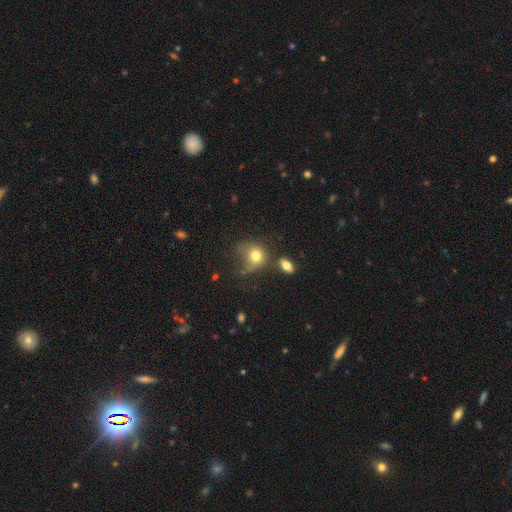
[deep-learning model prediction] Smooth or featured: smooth — 76% (featured or disk — 13%)
How rounded: round — 67% (in between — 32%)
Merging: none — 38% (minor disturbance — 27%)